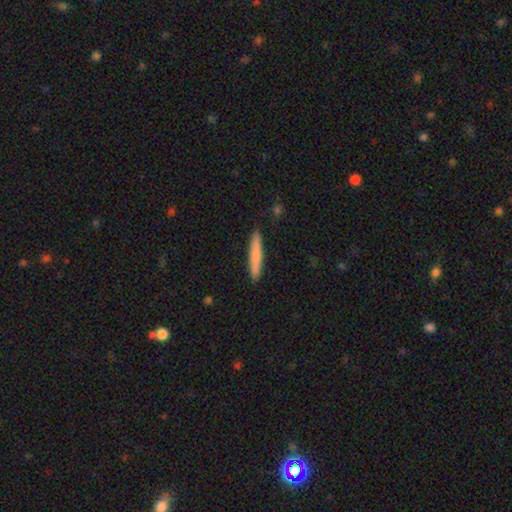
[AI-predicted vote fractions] The model was most divided on "smooth or featured": smooth: 72%, featured or disk: 23%, star or artifact: 5%. More confident: how rounded — cigar-shaped (94%); merging — none (90%).